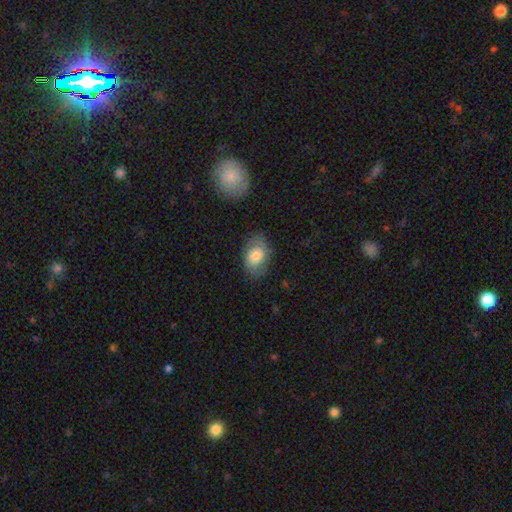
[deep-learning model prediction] This appears to be a smooth galaxy with no disk features (71%) that is in between round and cigar-shaped (85%). Merging: none (74%).